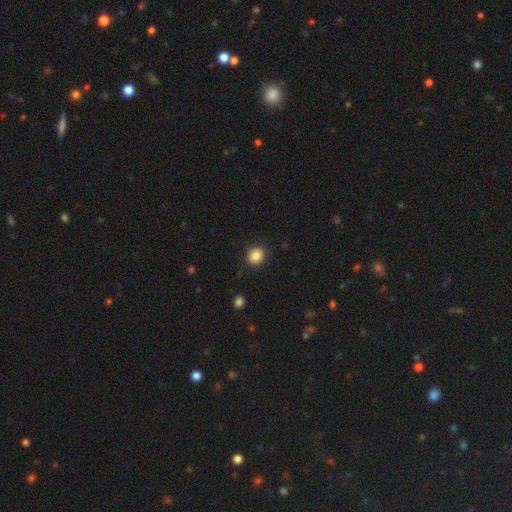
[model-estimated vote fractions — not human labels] A smooth galaxy with no disk features (87%) that is round (72%).

Vote fractions:
- Smooth or featured? smooth: 87% / star or artifact: 9% / featured or disk: 4%
- How rounded? round: 72% / in between: 28% / cigar-shaped: 1%
- Merging? none: 89% / minor disturbance: 8% / major disturbance: 2% / merger: 1%